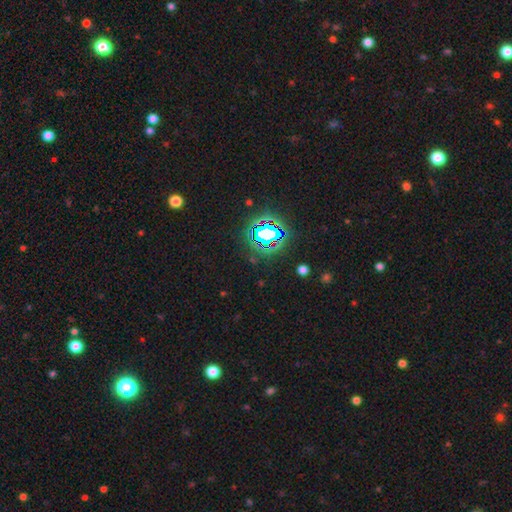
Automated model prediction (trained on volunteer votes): Overall: star or artifact (81%).